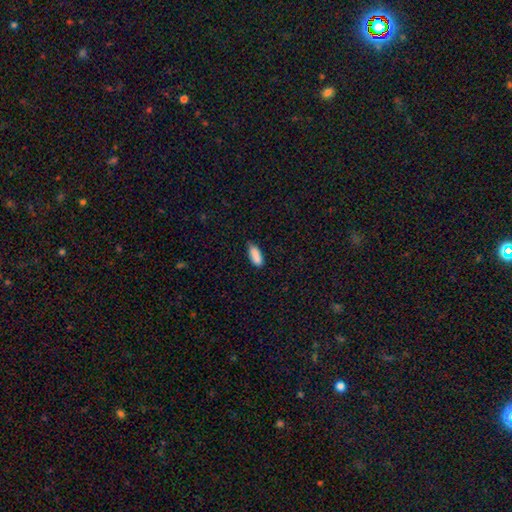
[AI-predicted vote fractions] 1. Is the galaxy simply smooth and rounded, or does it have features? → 89% smooth, 7% star or artifact, 4% featured or disk.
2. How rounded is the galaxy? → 75% in between, 23% cigar-shaped, 2% round.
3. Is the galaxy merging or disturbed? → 75% none, 21% minor disturbance, 3% major disturbance, 1% merger.